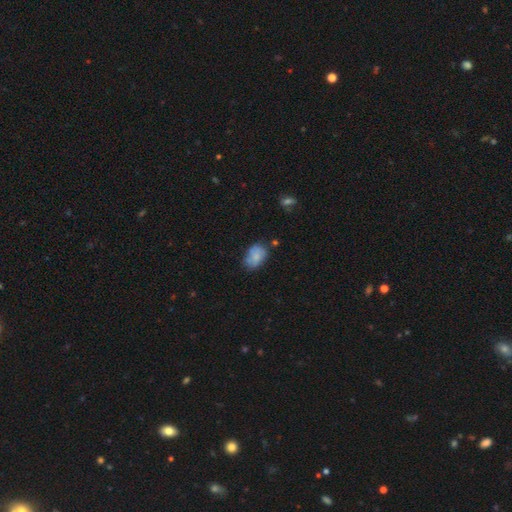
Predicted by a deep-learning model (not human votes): Smooth or featured: smooth — 68% (featured or disk — 23%)
How rounded: in between — 81% (round — 17%)
Merging: none — 54% (minor disturbance — 30%)